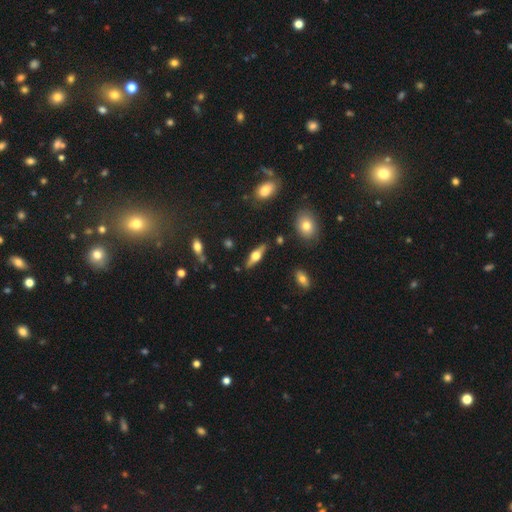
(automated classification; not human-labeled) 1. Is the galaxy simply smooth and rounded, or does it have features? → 63% featured or disk, 30% smooth, 7% star or artifact.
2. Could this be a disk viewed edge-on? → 94% yes, 6% no.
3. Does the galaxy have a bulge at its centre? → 94% rounded, 5% boxy, 1% none.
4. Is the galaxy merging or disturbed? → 85% none, 10% minor disturbance, 3% major disturbance, 2% merger.